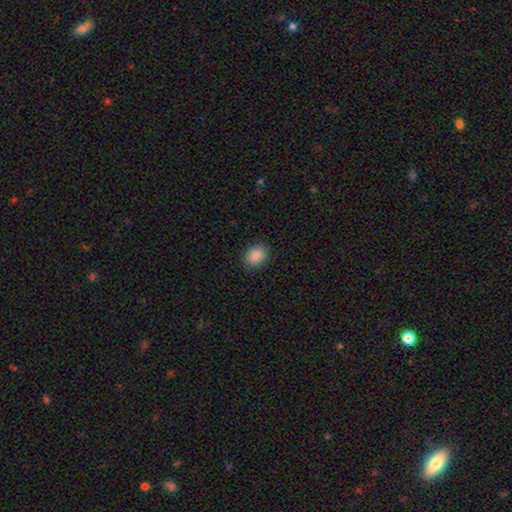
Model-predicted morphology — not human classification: Smooth or featured: smooth — 87% (star or artifact — 8%)
How rounded: in between — 57% (round — 42%)
Merging: none — 90% (minor disturbance — 7%)